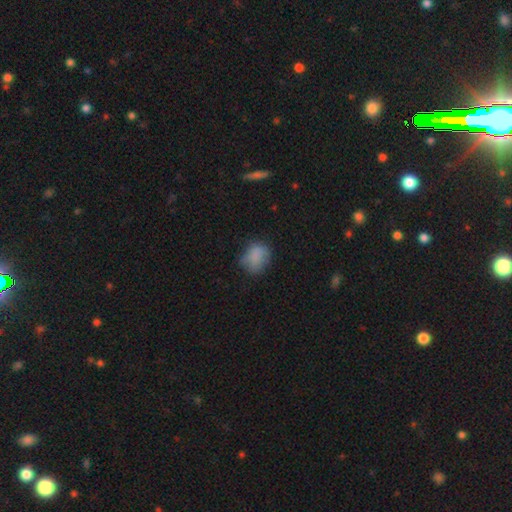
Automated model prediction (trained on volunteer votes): A smooth galaxy with no disk features (79%) that is in between round and cigar-shaped (56%). Merging: none (56%).